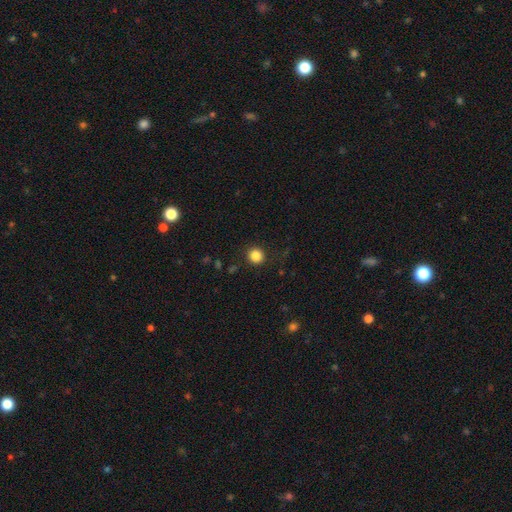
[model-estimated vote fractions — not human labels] smooth-or-featured: smooth: 85% | star or artifact: 11% | featured or disk: 4%
  how-rounded: round: 93% | in between: 6% | cigar-shaped: 1%
  merging: none: 90% | minor disturbance: 6% | major disturbance: 3% | merger: 1%